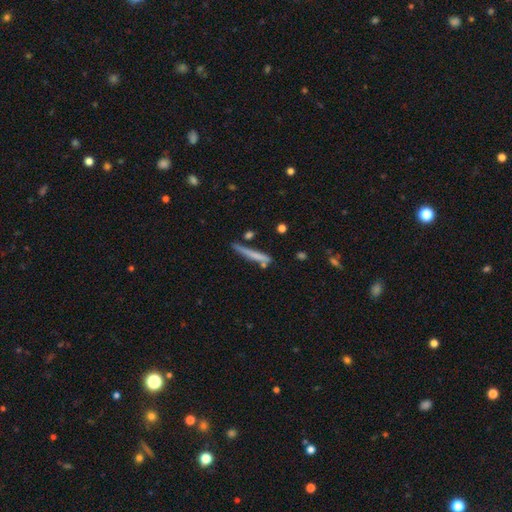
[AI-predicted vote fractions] A smooth galaxy with no disk features (62%) that is cigar-shaped (95%).

Vote fractions:
- Smooth or featured? smooth: 62% / featured or disk: 31% / star or artifact: 7%
- How rounded? cigar-shaped: 95% / in between: 4% / round: 2%
- Merging? none: 71% / minor disturbance: 17% / merger: 8% / major disturbance: 4%